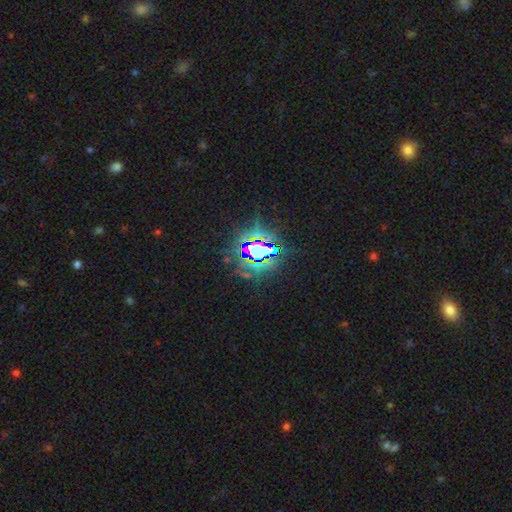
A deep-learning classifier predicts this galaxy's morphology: The model was most divided on "smooth or featured": star or artifact: 82%, smooth: 10%, featured or disk: 9%.